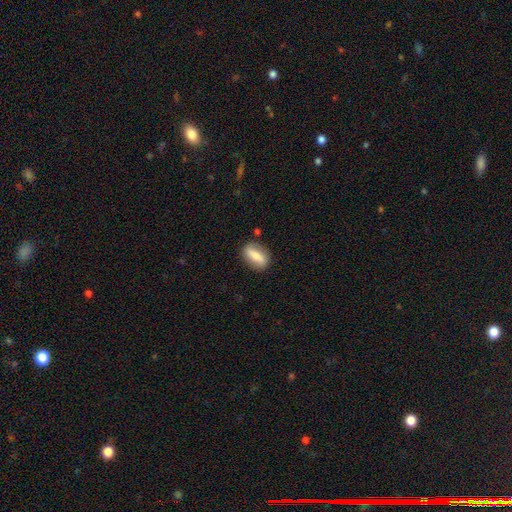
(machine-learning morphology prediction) Smooth or featured? smooth (70%)
How rounded? in between (79%)
Merging? none (78%)